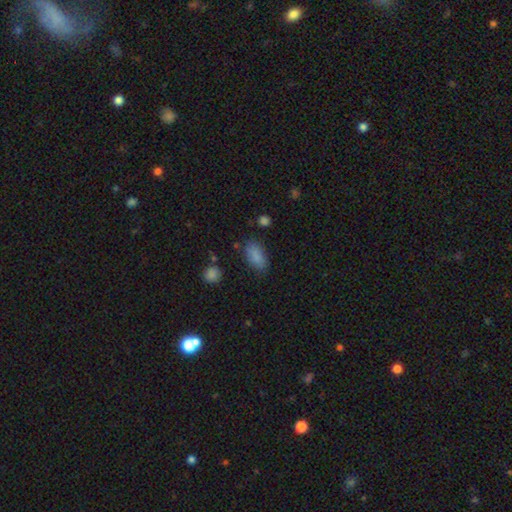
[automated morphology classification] smooth-or-featured: smooth: 85% | star or artifact: 9% | featured or disk: 6%
  how-rounded: in between: 90% | cigar-shaped: 6% | round: 4%
  merging: none: 75% | minor disturbance: 17% | major disturbance: 5% | merger: 3%